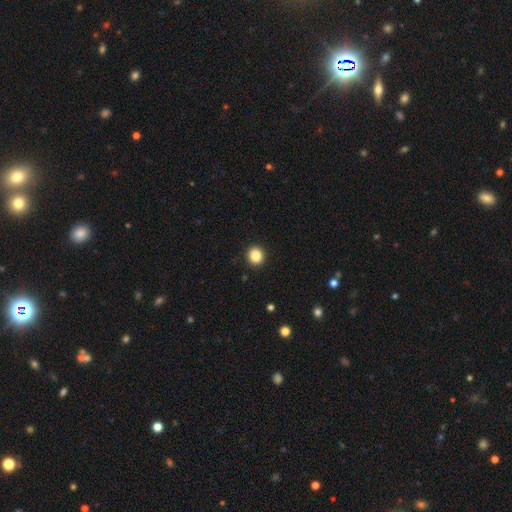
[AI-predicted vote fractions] smooth-or-featured: smooth: 86% | star or artifact: 10% | featured or disk: 4%
  how-rounded: round: 89% | in between: 10% | cigar-shaped: 1%
  merging: none: 93% | minor disturbance: 4% | major disturbance: 2% | merger: 1%